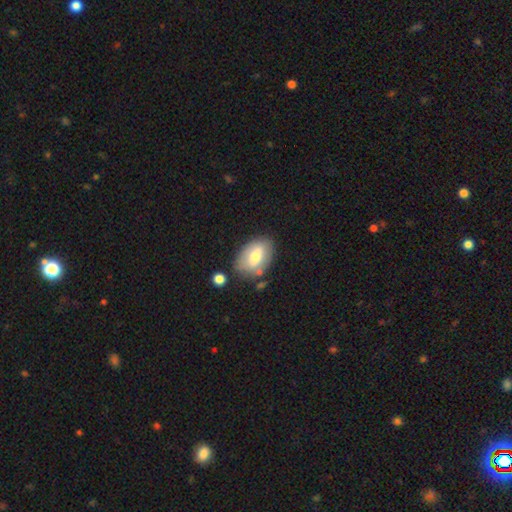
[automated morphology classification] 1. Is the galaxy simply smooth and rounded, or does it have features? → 64% smooth, 29% featured or disk, 7% star or artifact.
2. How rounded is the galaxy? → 90% in between, 9% round, 2% cigar-shaped.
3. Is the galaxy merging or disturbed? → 71% none, 17% minor disturbance, 6% merger, 5% major disturbance.